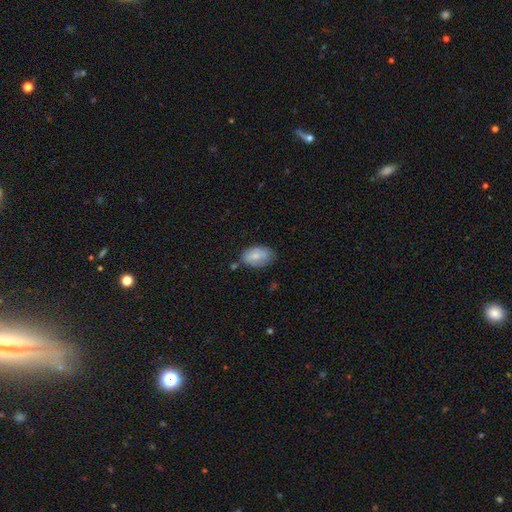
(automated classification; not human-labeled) Morphology: type=smooth (79%); roundness=in between (92%); merging=none (64%).